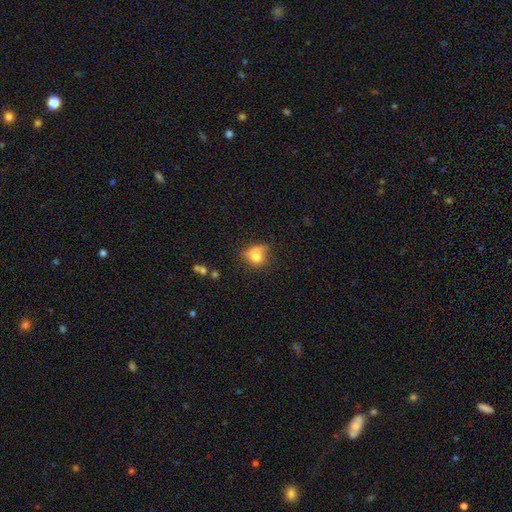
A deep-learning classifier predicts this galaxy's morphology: This is likely a smooth galaxy (72%). How rounded: likely round (64%). Merging: possibly none (45%).